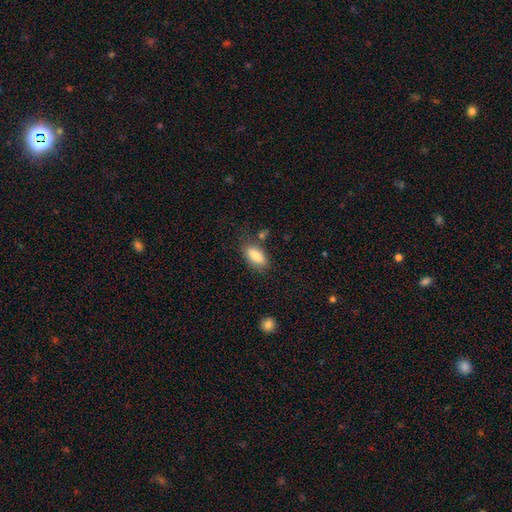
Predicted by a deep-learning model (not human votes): A smooth galaxy with no disk features (84%) that is in between round and cigar-shaped (84%). Merging: none (76%).